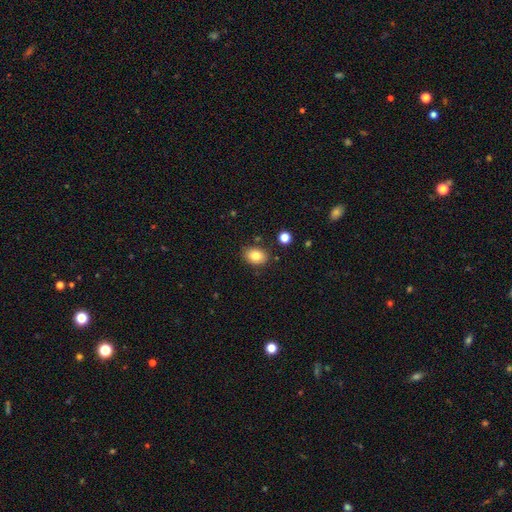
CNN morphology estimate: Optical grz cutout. It shows a smooth galaxy with no disk features (82%) that is in between round and cigar-shaped (66%). Merging: none (83%).